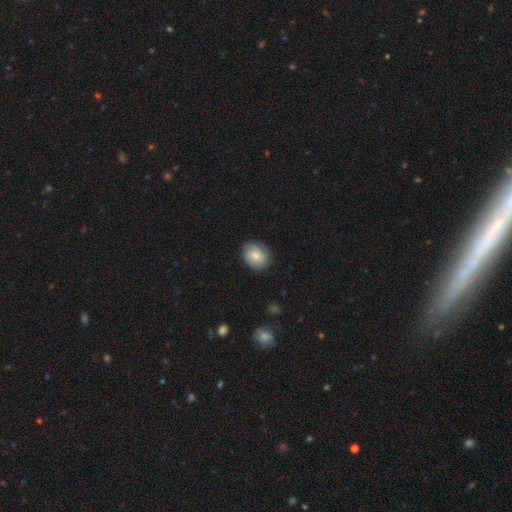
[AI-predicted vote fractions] Q: Smooth or featured?
A: smooth (56%); runner-up: featured or disk (36%)
Q: How rounded?
A: round (59%); runner-up: in between (40%)
Q: Merging?
A: none (74%); runner-up: minor disturbance (20%)